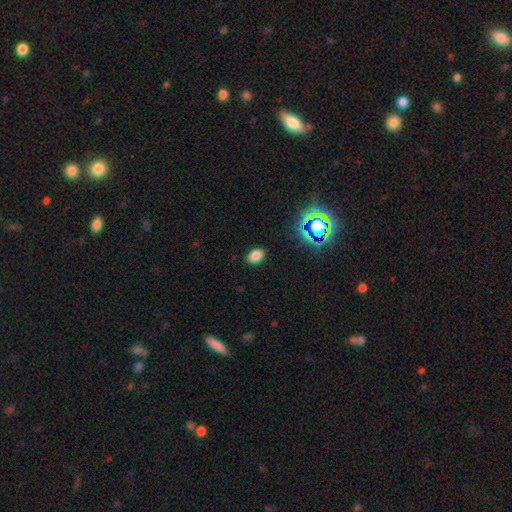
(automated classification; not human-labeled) smooth-or-featured: smooth: 79% | star or artifact: 16% | featured or disk: 5%
  how-rounded: in between: 82% | round: 16% | cigar-shaped: 1%
  merging: none: 85% | minor disturbance: 11% | major disturbance: 3% | merger: 1%